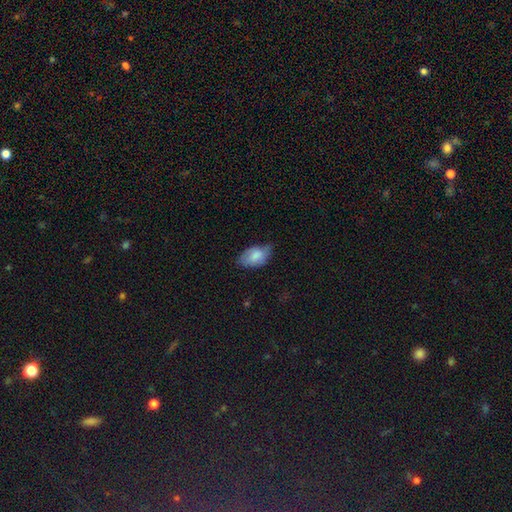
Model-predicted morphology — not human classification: Smooth or featured?
  - smooth: 75% *
  - featured or disk: 18%
  - star or artifact: 7%
How rounded?
  - in between: 92% *
  - round: 7%
  - cigar-shaped: 2%
Merging?
  - none: 48% *
  - minor disturbance: 40%
  - major disturbance: 10%
  - merger: 2%